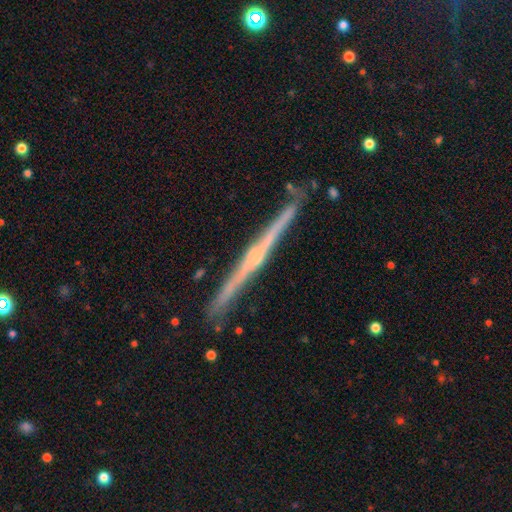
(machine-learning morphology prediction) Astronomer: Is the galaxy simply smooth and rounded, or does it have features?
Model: featured or disk — 84%.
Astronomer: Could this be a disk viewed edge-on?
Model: yes — 98%.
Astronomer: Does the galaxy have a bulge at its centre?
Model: rounded — 60%.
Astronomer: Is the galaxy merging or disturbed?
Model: none — 87%.